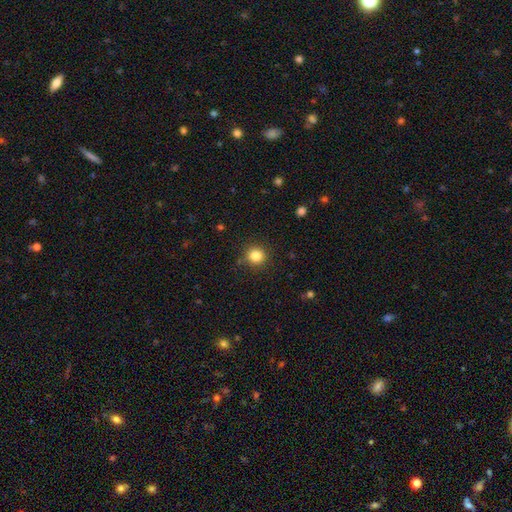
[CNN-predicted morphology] smooth_or_featured: smooth (p=0.83) [alt: star or artifact p=0.11]
how_rounded: round (p=0.92) [alt: in between p=0.07]
merging: none (p=0.88) [alt: minor disturbance p=0.08]